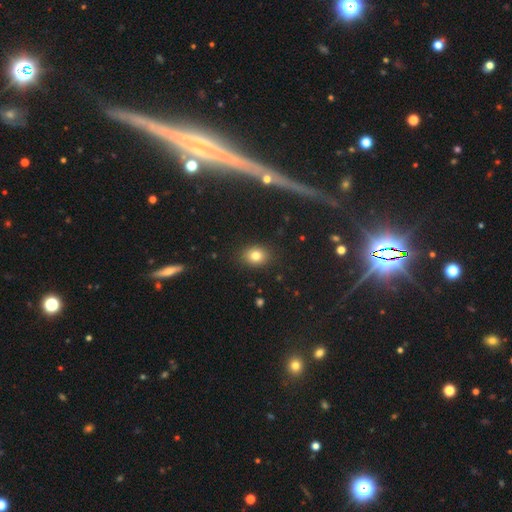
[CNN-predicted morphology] smooth 79%, star or artifact 13%, featured or disk 8%. Down the decision tree: how rounded — in between (50%); merging — none (88%).